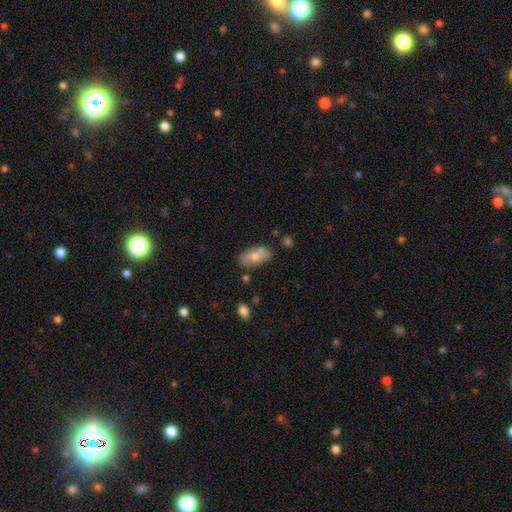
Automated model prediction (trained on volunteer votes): Smooth or featured: smooth — 62% (featured or disk — 31%)
How rounded: in between — 89% (round — 7%)
Merging: none — 58% (merger — 21%)